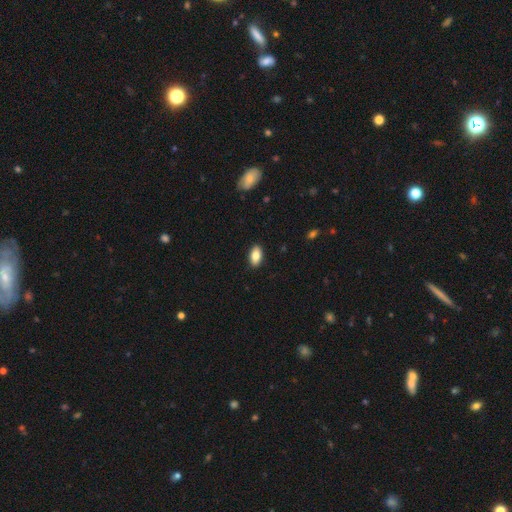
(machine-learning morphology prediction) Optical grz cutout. It shows a smooth galaxy with no disk features (84%) that is in between round and cigar-shaped (93%). Merging: none (90%).